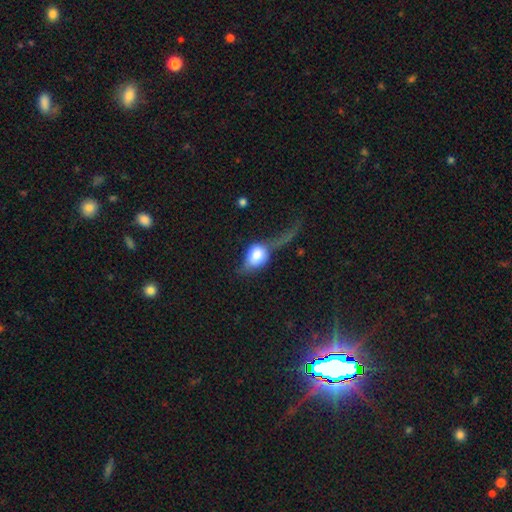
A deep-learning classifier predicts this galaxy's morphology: This is likely a smooth galaxy (63%). How rounded: likely in between (64%). Merging: possibly major disturbance (50%).